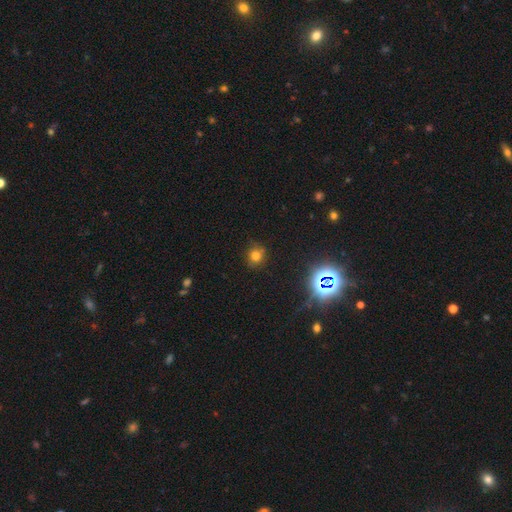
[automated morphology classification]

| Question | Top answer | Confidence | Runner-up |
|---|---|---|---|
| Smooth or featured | smooth | 72% | star or artifact (21%) |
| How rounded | round | 86% | in between (13%) |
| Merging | none | 83% | minor disturbance (12%) |